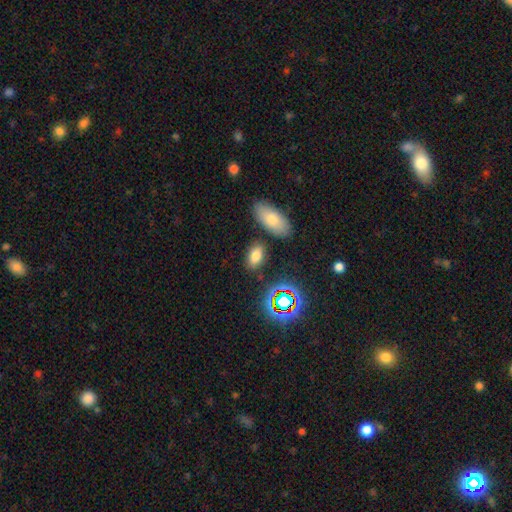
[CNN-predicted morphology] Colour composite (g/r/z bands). It shows a smooth galaxy with no disk features (75%) that is in between round and cigar-shaped (89%). Merging: none (81%).